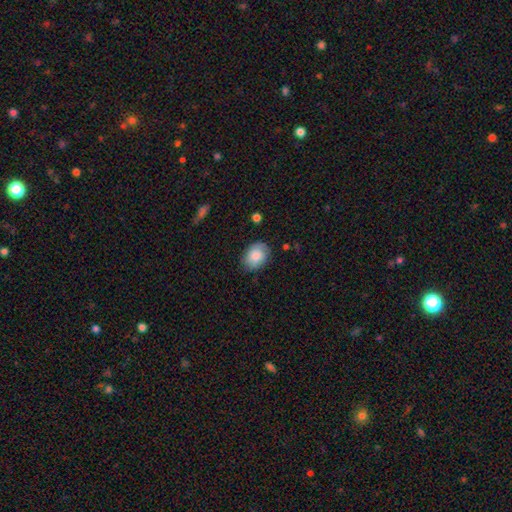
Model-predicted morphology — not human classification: A smooth galaxy with no disk features (77%) that is in between round and cigar-shaped (65%).

Vote fractions:
- Smooth or featured? smooth: 77% / featured or disk: 15% / star or artifact: 7%
- How rounded? in between: 65% / round: 34% / cigar-shaped: 1%
- Merging? none: 76% / minor disturbance: 18% / major disturbance: 4% / merger: 1%